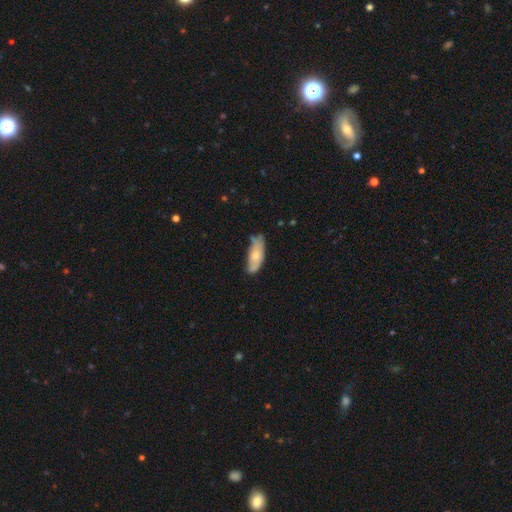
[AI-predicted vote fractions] A smooth galaxy with no disk features (63%) that is in between round and cigar-shaped (75%).

Vote fractions:
- Smooth or featured? smooth: 63% / featured or disk: 31% / star or artifact: 6%
- How rounded? in between: 75% / cigar-shaped: 23% / round: 2%
- Merging? none: 52% / minor disturbance: 35% / major disturbance: 8% / merger: 5%